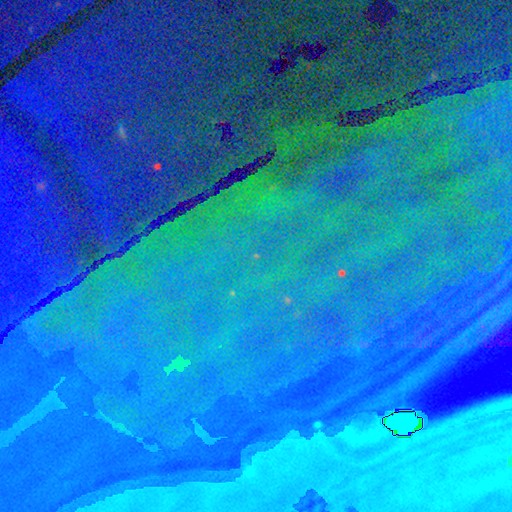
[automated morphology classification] Smooth or featured? star or artifact (86%)